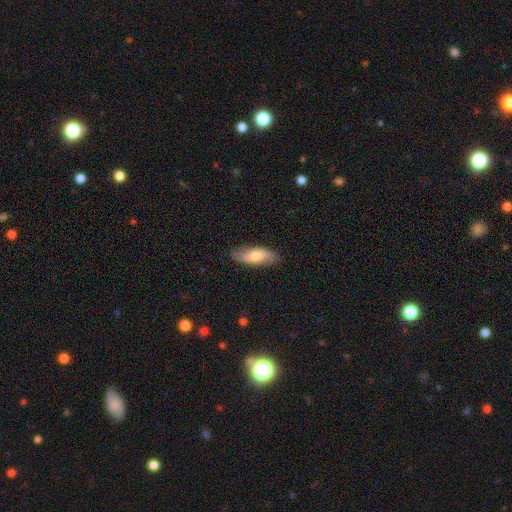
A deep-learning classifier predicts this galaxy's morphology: Smooth or featured: smooth — 67% (featured or disk — 27%)
How rounded: in between — 65% (cigar-shaped — 32%)
Merging: none — 84% (minor disturbance — 13%)